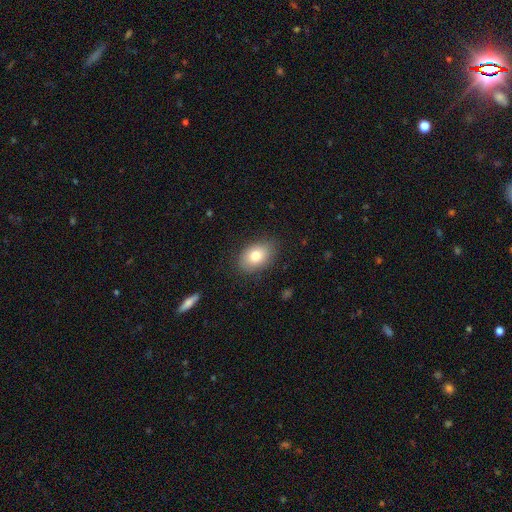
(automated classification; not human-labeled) Smooth or featured: smooth — 81% (featured or disk — 11%)
How rounded: in between — 85% (round — 14%)
Merging: none — 84% (minor disturbance — 12%)